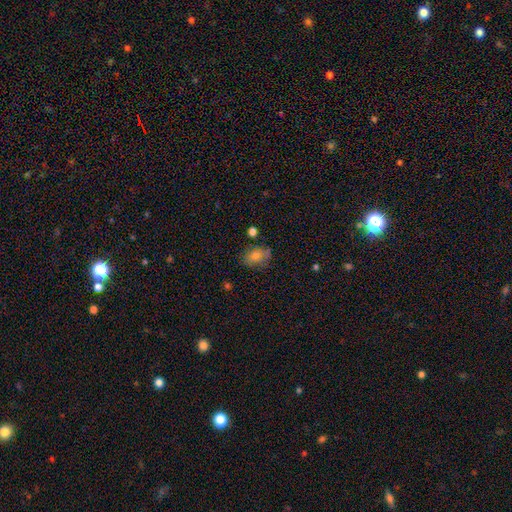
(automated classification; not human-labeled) A smooth galaxy with no disk features (67%) that is in between round and cigar-shaped (64%). Merging: none (70%).